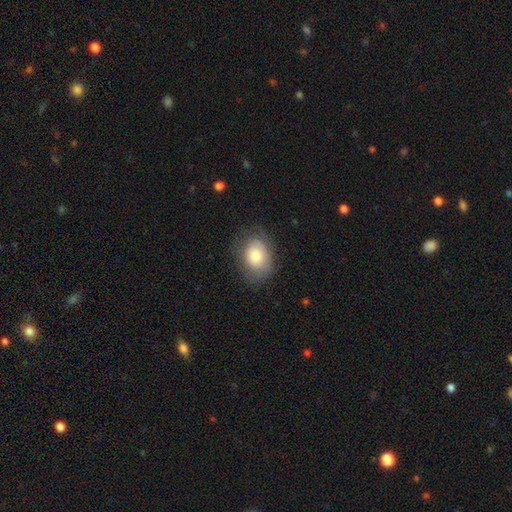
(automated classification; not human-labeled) This is likely a smooth galaxy (71%). How rounded: likely in between (67%). Merging: likely none (67%).